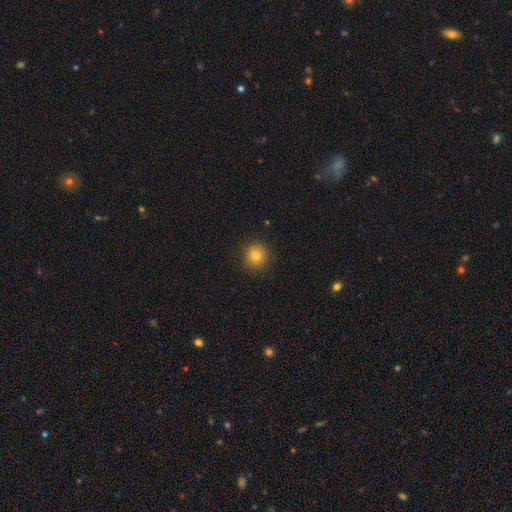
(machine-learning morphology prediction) Smooth or featured: smooth — 82% (star or artifact — 12%)
How rounded: round — 91% (in between — 8%)
Merging: none — 90% (minor disturbance — 7%)